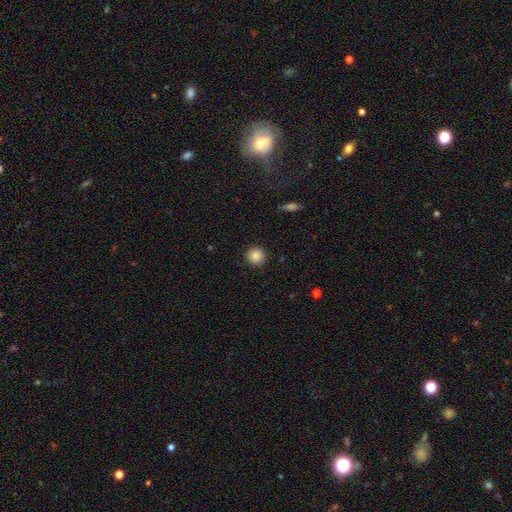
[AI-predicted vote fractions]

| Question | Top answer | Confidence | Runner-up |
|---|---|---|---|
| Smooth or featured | smooth | 87% | star or artifact (9%) |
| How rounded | round | 95% | in between (4%) |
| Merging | none | 91% | minor disturbance (6%) |